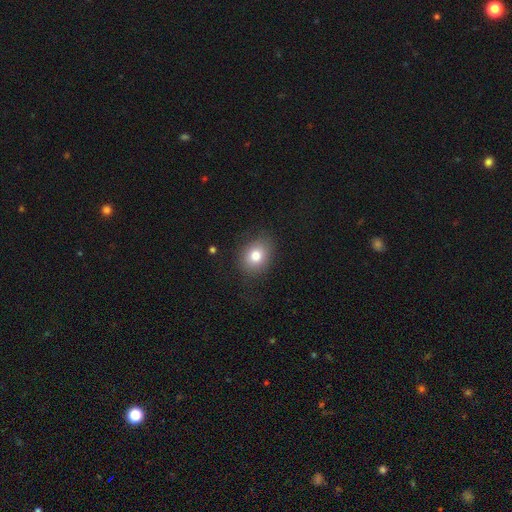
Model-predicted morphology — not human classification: The model was most divided on "how rounded": round: 54%, in between: 45%, cigar-shaped: 1%. More confident: merging — none (81%); smooth or featured — smooth (78%).